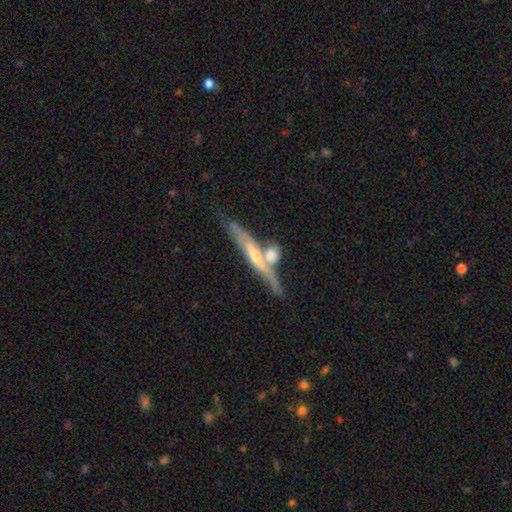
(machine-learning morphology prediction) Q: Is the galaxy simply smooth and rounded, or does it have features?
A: featured or disk — 67%.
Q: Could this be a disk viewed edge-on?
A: yes — 85%.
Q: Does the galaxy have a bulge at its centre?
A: rounded — 57%.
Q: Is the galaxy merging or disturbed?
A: none — 48%.